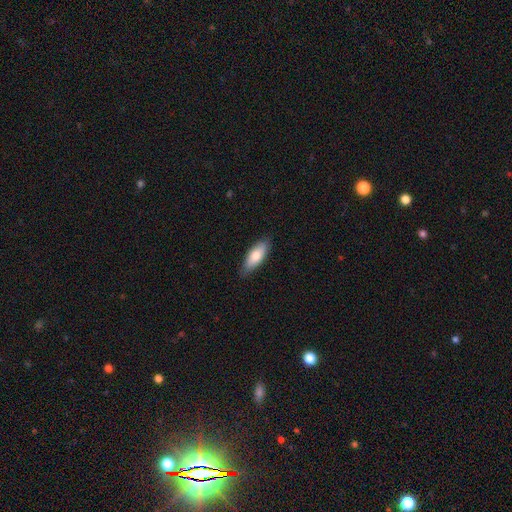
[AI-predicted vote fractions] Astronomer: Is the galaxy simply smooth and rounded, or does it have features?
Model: smooth — 75%.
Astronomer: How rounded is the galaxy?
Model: in between — 71%.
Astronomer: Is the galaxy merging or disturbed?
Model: none — 84%.